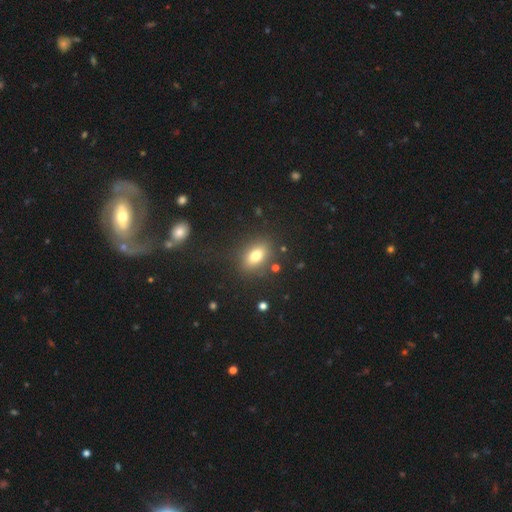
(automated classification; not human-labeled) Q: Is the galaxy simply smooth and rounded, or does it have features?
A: smooth — 77%.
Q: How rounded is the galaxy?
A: in between — 79%.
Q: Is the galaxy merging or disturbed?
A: none — 82%.